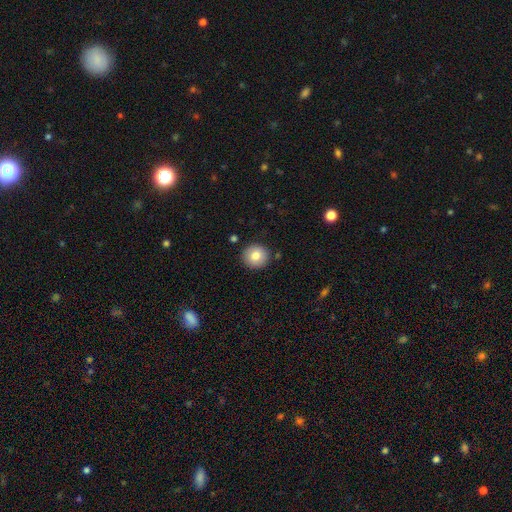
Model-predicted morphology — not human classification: Smooth or featured?
  - smooth: 81% *
  - featured or disk: 10%
  - star or artifact: 8%
How rounded?
  - round: 91% *
  - in between: 8%
  - cigar-shaped: 1%
Merging?
  - none: 89% *
  - minor disturbance: 7%
  - merger: 2%
  - major disturbance: 2%